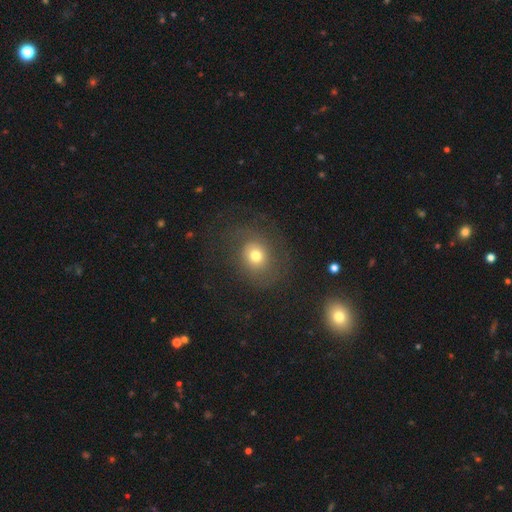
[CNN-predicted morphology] type=smooth (62%); roundness=round (70%); merging=none (69%).